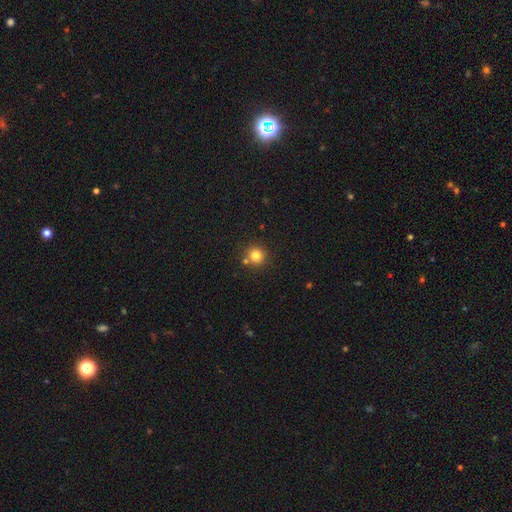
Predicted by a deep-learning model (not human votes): smooth-or-featured: smooth: 81% | star or artifact: 13% | featured or disk: 6%
  how-rounded: round: 93% | in between: 6% | cigar-shaped: 1%
  merging: none: 79% | merger: 11% | minor disturbance: 8% | major disturbance: 2%